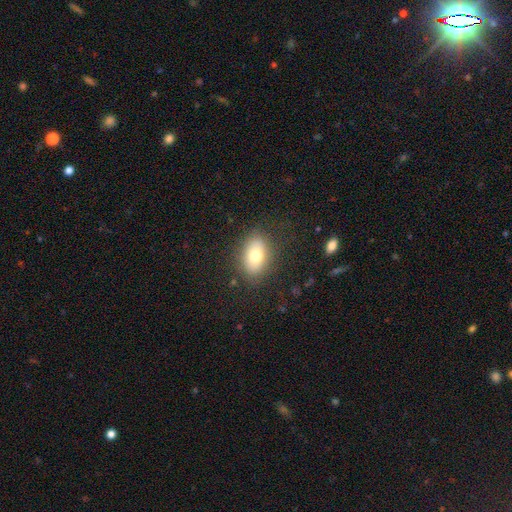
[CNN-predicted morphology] Q: Smooth or featured?
A: smooth (75%); runner-up: featured or disk (16%)
Q: How rounded?
A: in between (83%); runner-up: round (15%)
Q: Merging?
A: none (83%); runner-up: minor disturbance (12%)